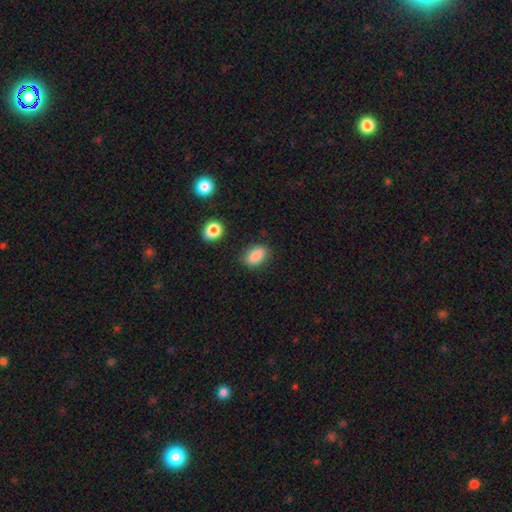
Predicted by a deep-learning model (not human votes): Morphology: type=smooth (87%); roundness=in between (88%); merging=none (83%).